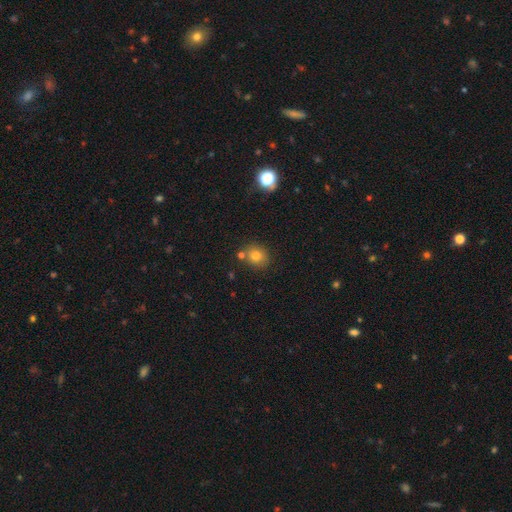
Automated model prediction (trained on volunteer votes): This is likely a smooth galaxy (78%). How rounded: likely round (76%). Merging: likely none (76%).